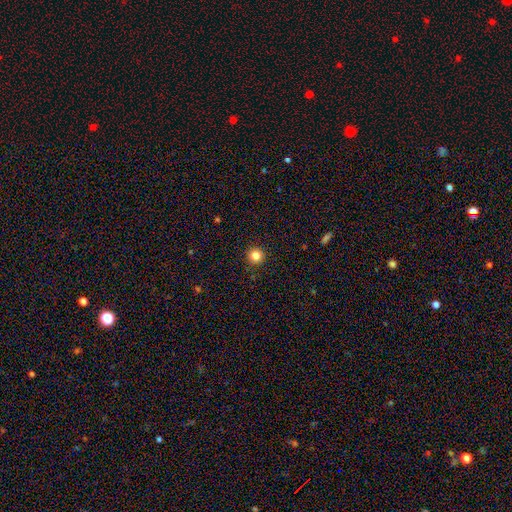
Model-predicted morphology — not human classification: smooth 83%, star or artifact 12%, featured or disk 5%. Down the decision tree: how rounded — round (96%); merging — none (93%).